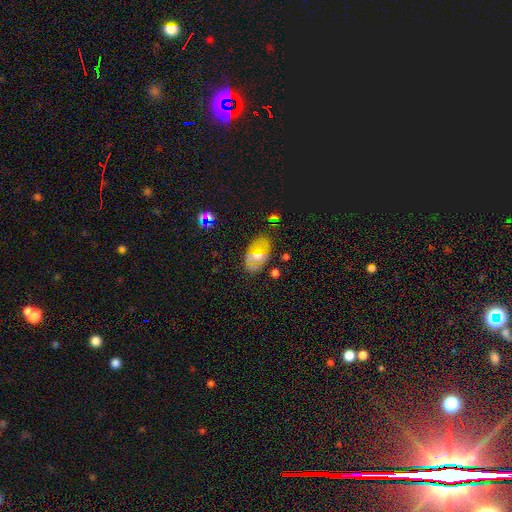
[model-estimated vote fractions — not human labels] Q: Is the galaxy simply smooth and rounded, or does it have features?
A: smooth — 48%.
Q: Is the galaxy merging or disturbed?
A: none — 74%.